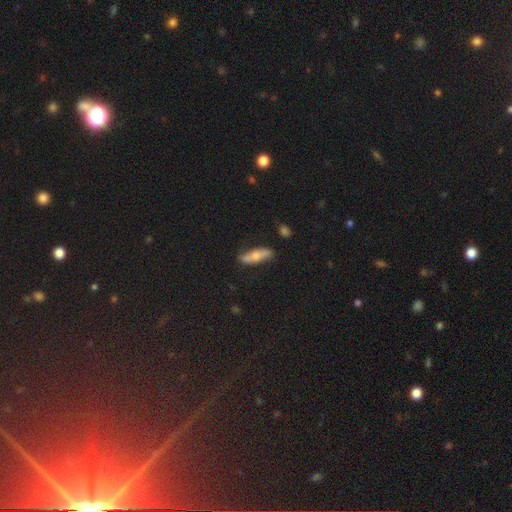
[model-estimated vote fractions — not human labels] Q: Smooth or featured?
A: smooth (53%); runner-up: featured or disk (40%)
Q: How rounded?
A: cigar-shaped (55%); runner-up: in between (42%)
Q: Merging?
A: none (72%); runner-up: minor disturbance (20%)